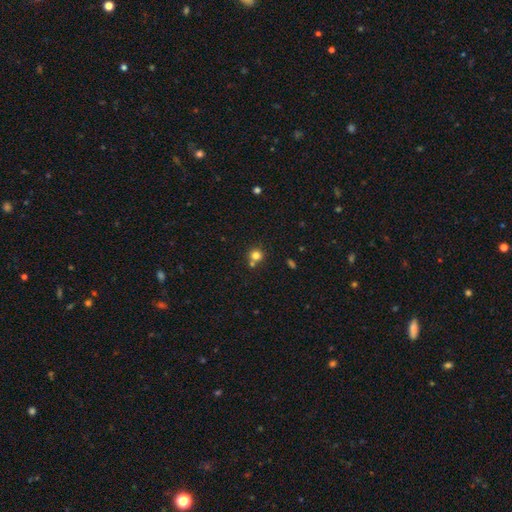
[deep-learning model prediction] smooth-or-featured: smooth: 78% | star or artifact: 14% | featured or disk: 8%
  how-rounded: round: 90% | in between: 9% | cigar-shaped: 1%
  merging: none: 61% | merger: 28% | minor disturbance: 8% | major disturbance: 3%